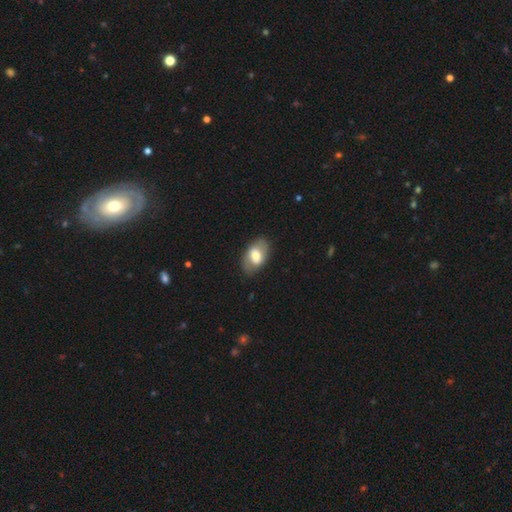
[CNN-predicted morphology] smooth-or-featured: smooth: 56% | featured or disk: 37% | star or artifact: 6%
  how-rounded: in between: 89% | round: 9% | cigar-shaped: 2%
  merging: none: 78% | minor disturbance: 16% | major disturbance: 5% | merger: 1%